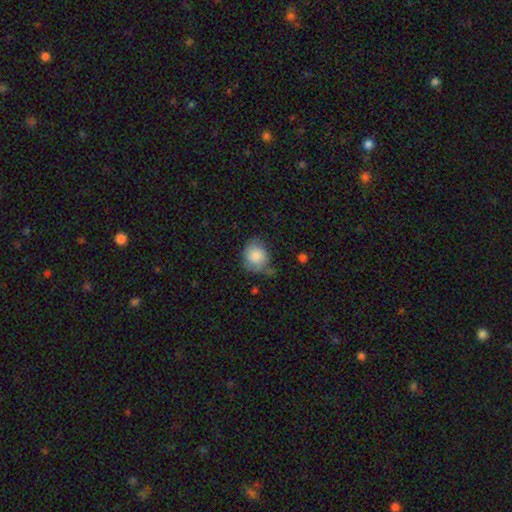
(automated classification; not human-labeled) Smooth or featured?
  - smooth: 77% *
  - featured or disk: 15%
  - star or artifact: 7%
How rounded?
  - round: 66% *
  - in between: 33%
  - cigar-shaped: 1%
Merging?
  - none: 45% *
  - minor disturbance: 38%
  - major disturbance: 14%
  - merger: 3%